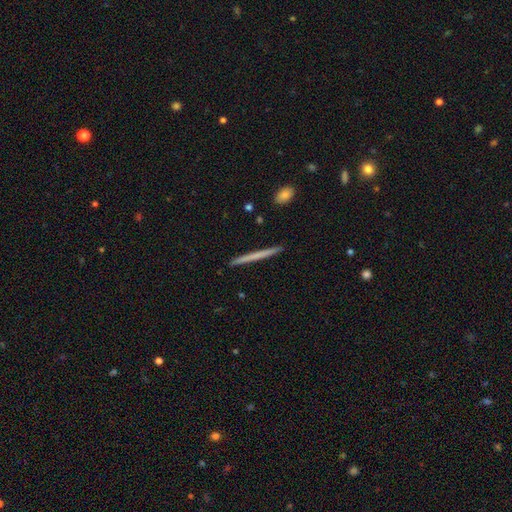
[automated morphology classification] Smooth or featured? Predicted: smooth (p=0.53). How rounded? Predicted: cigar-shaped (p=0.97). Merging? Predicted: none (p=0.93).